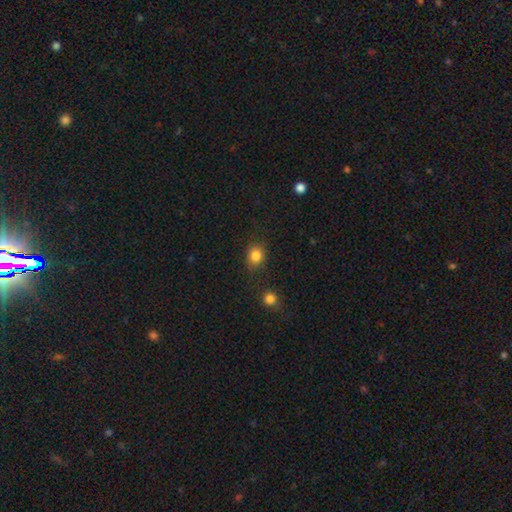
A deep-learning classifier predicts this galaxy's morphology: A smooth galaxy with no disk features (84%) that is round (72%). Merging: none (80%).